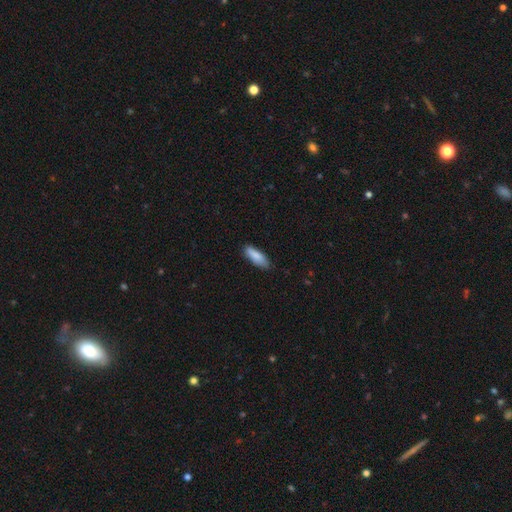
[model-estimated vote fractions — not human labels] Smooth or featured: smooth — 87% (featured or disk — 7%)
How rounded: in between — 55% (cigar-shaped — 43%)
Merging: none — 79% (minor disturbance — 18%)